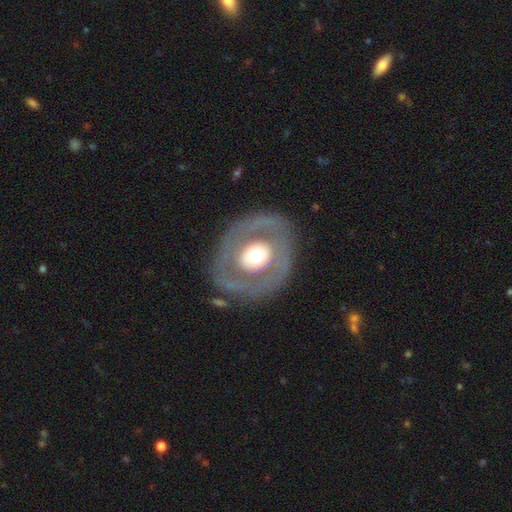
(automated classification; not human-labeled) A featured or disk galaxy (62%) with no bar (82%), no spiral arms (79%) and a moderate central bulge (51%).

Vote fractions:
- Smooth or featured? featured or disk: 62% / smooth: 32% / star or artifact: 6%
- Edge-on disk? no: 95% / yes: 5%
- Bar? no: 82% / weak: 12% / strong: 6%
- Spiral arms? no: 79% / yes: 21%
- Bulge size? moderate: 51% / large: 37% / dominant: 6% / small: 5% / none: 1%
- Merging? none: 79% / minor disturbance: 11% / major disturbance: 9% / merger: 2%